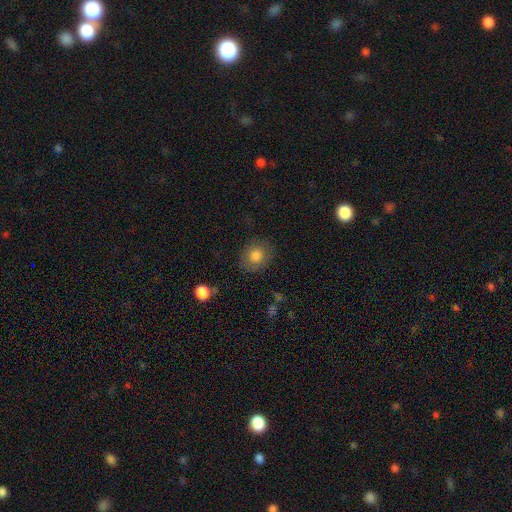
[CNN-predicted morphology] This appears to be a smooth galaxy with no disk features (79%) that is round (71%). Merging: none (79%).